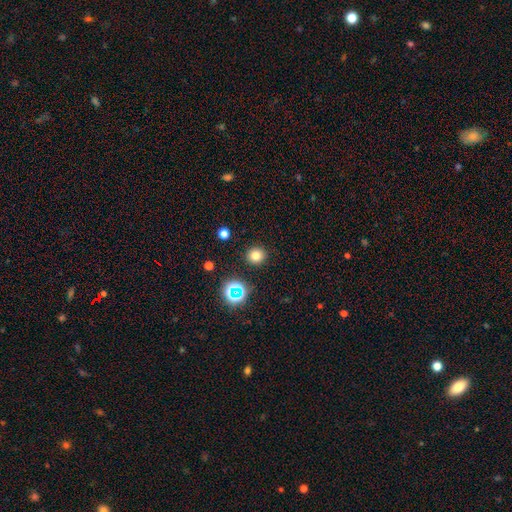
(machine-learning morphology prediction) smooth_or_featured: smooth (p=0.76) [alt: star or artifact p=0.17]
how_rounded: round (p=0.90) [alt: in between p=0.09]
merging: none (p=0.90) [alt: minor disturbance p=0.06]